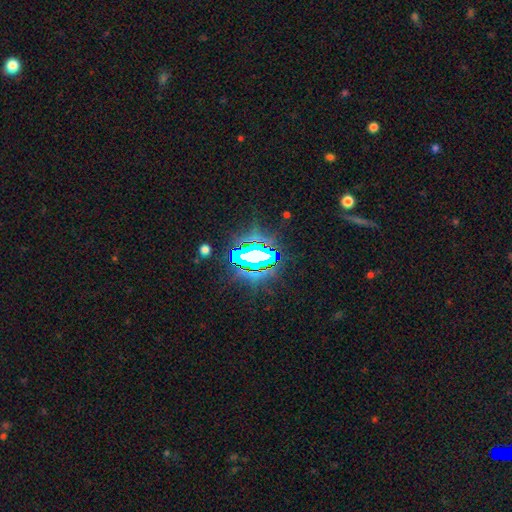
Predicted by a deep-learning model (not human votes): The model was most divided on "smooth or featured": star or artifact: 71%, featured or disk: 15%, smooth: 14%.